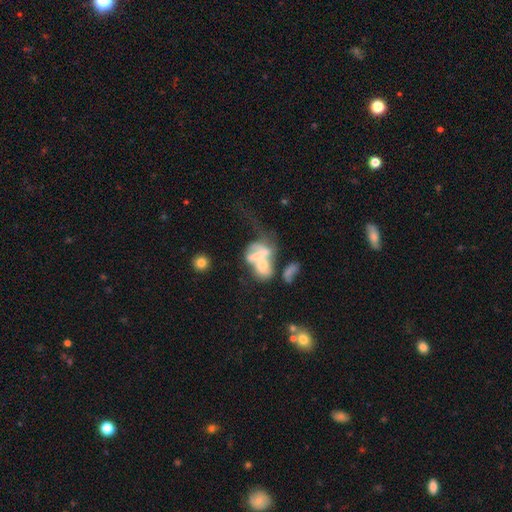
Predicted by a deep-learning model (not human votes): This is possibly a featured or disk galaxy (50%). Merging: likely merger (65%).